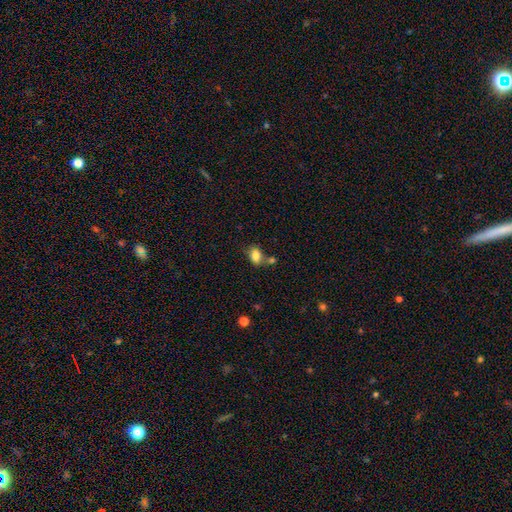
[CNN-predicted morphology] Smooth or featured? Predicted: smooth (p=0.82). How rounded? Predicted: in between (p=0.79). Merging? Predicted: none (p=0.56).